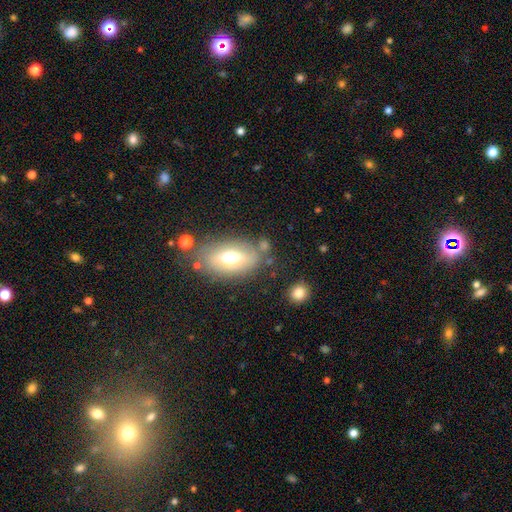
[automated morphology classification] Q: Smooth or featured?
A: smooth (58%); runner-up: featured or disk (31%)
Q: How rounded?
A: in between (88%); runner-up: round (6%)
Q: Merging?
A: none (72%); runner-up: minor disturbance (17%)